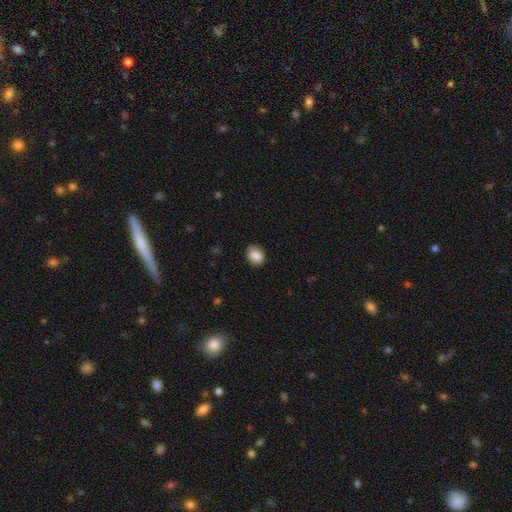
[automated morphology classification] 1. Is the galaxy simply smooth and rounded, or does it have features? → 86% smooth, 8% star or artifact, 6% featured or disk.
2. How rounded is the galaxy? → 51% round, 48% in between, 1% cigar-shaped.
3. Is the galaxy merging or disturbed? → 84% none, 12% minor disturbance, 3% major disturbance, 1% merger.